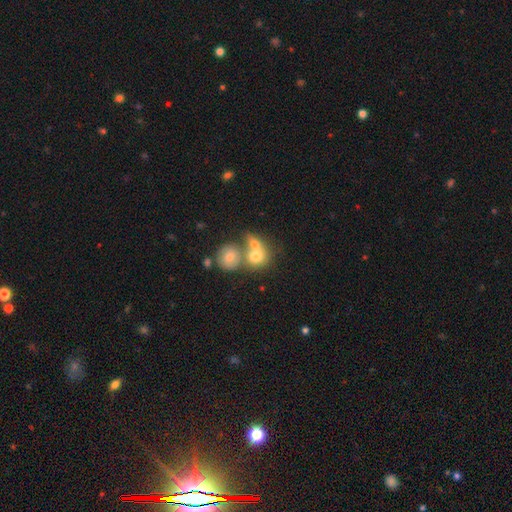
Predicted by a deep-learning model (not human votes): Morphology: type=smooth (70%); roundness=round (75%); merging=merger (58%).